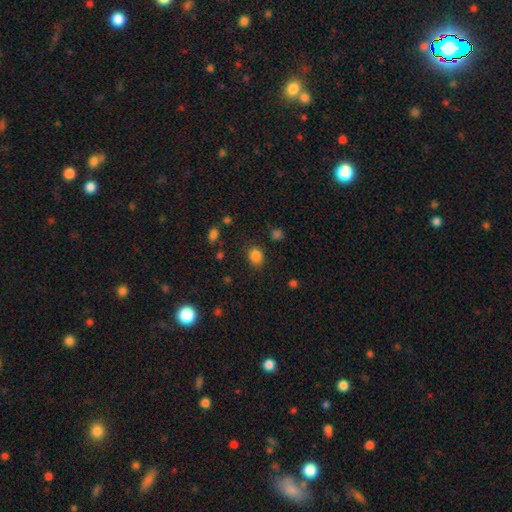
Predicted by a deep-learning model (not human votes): Morphology: type=smooth (84%); roundness=round (54%); merging=none (80%).